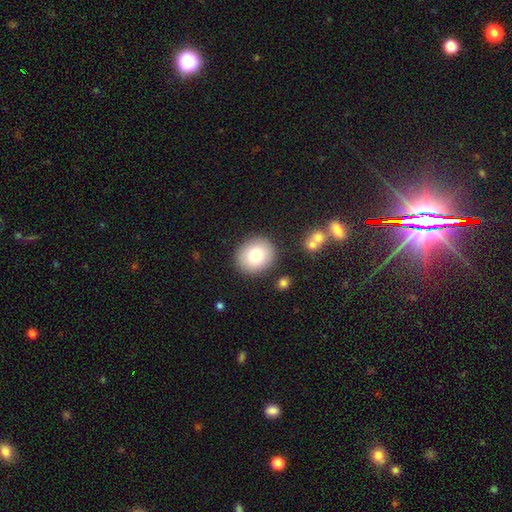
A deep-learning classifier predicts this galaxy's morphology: Smooth or featured?
  - smooth: 78% *
  - featured or disk: 13%
  - star or artifact: 9%
How rounded?
  - round: 79% *
  - in between: 20%
  - cigar-shaped: 1%
Merging?
  - none: 87% *
  - minor disturbance: 8%
  - merger: 3%
  - major disturbance: 2%